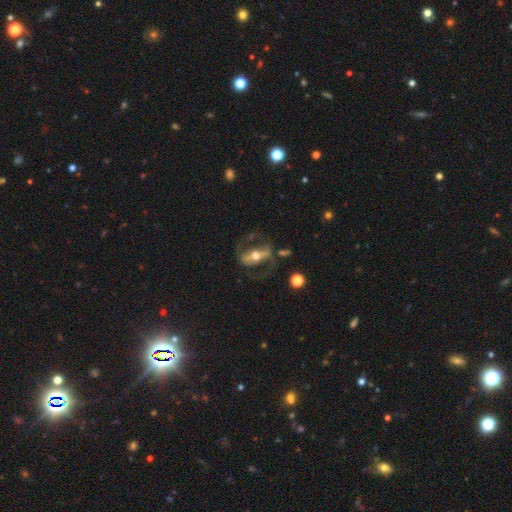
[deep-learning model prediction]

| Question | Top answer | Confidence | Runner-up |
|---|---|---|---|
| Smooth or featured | featured or disk | 76% | smooth (17%) |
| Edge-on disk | no | 82% | yes (18%) |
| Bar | strong | 61% | weak (20%) |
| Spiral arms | yes | 67% | no (33%) |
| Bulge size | moderate | 69% | small (15%) |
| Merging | none | 58% | major disturbance (21%) |